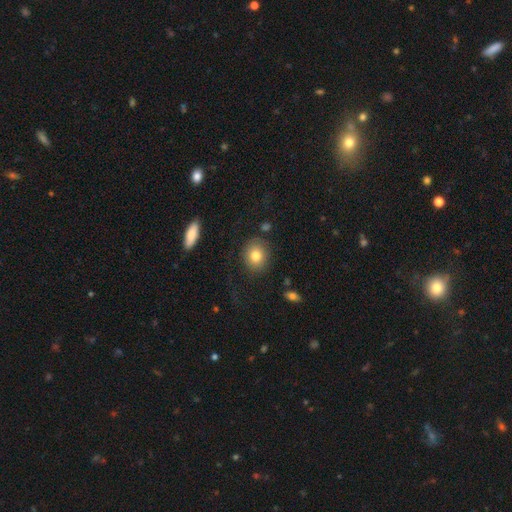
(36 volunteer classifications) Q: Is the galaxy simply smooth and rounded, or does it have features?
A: smooth — 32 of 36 (89%).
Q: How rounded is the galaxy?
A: round — 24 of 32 (75%).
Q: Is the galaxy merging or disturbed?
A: none — 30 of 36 (83%).